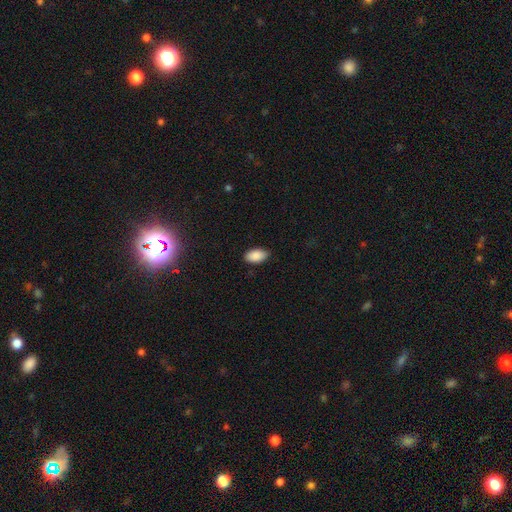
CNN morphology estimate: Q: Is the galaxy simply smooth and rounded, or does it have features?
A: smooth — 88%.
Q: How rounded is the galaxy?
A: in between — 94%.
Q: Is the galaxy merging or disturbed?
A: none — 83%.